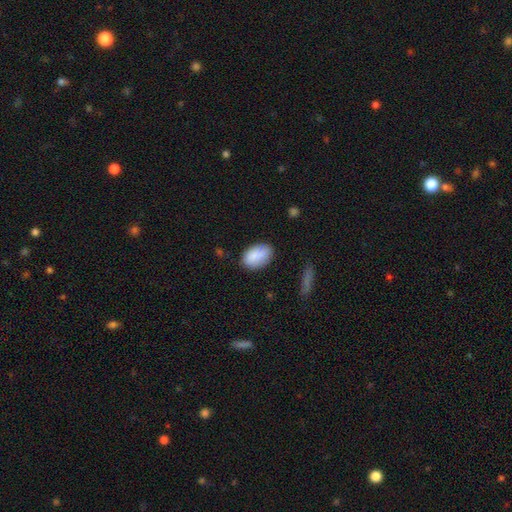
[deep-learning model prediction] smooth-or-featured: smooth: 88% | star or artifact: 6% | featured or disk: 6%
  how-rounded: in between: 90% | round: 9% | cigar-shaped: 1%
  merging: none: 77% | minor disturbance: 17% | major disturbance: 4% | merger: 2%